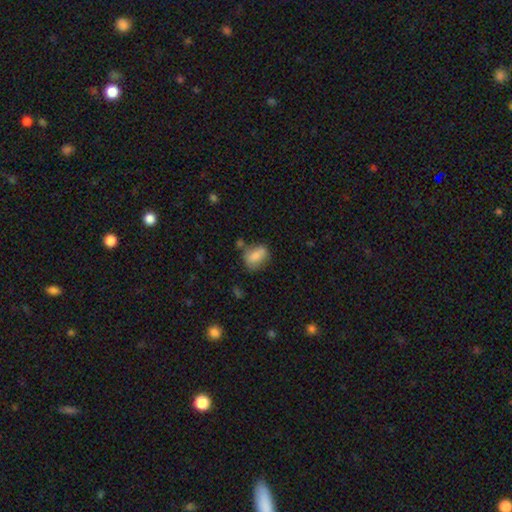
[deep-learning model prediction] Smooth or featured: smooth — 80% (featured or disk — 11%)
How rounded: in between — 78% (round — 19%)
Merging: none — 58% (minor disturbance — 24%)